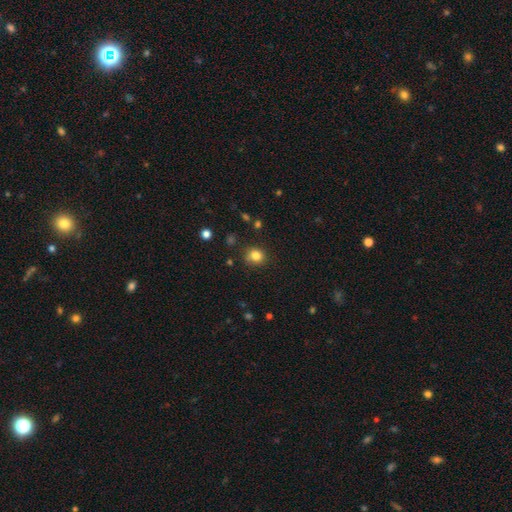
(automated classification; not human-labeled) Morphology: type=smooth (82%); roundness=round (77%); merging=none (79%).